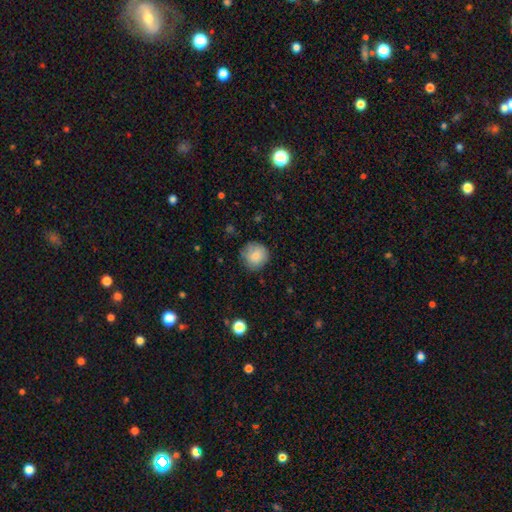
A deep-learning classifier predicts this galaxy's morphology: Overall: smooth (79%). How rounded: round (94%). Merging: none (80%).